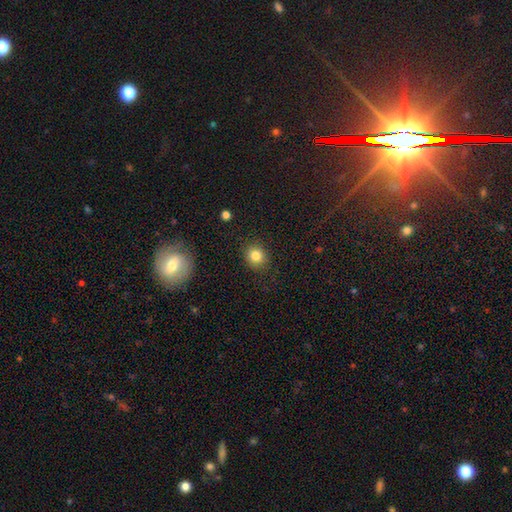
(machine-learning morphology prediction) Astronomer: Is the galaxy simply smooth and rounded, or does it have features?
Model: smooth — 84%.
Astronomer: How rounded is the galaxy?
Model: round — 85%.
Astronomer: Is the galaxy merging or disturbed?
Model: none — 89%.